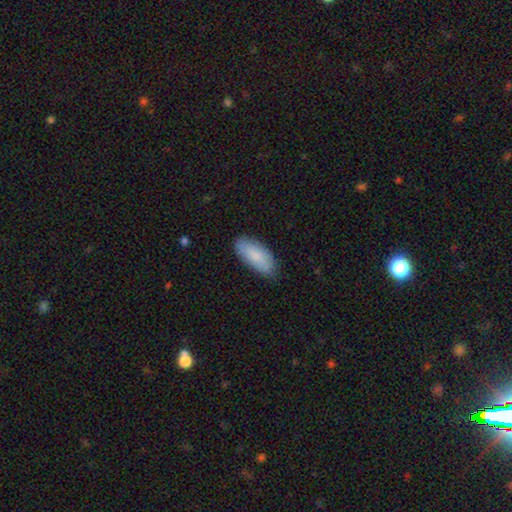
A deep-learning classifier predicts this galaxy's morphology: A smooth galaxy with no disk features (85%) that is in between round and cigar-shaped (83%).

Vote fractions:
- Smooth or featured? smooth: 85% / featured or disk: 9% / star or artifact: 6%
- How rounded? in between: 83% / cigar-shaped: 15% / round: 2%
- Merging? none: 81% / minor disturbance: 15% / major disturbance: 3% / merger: 1%